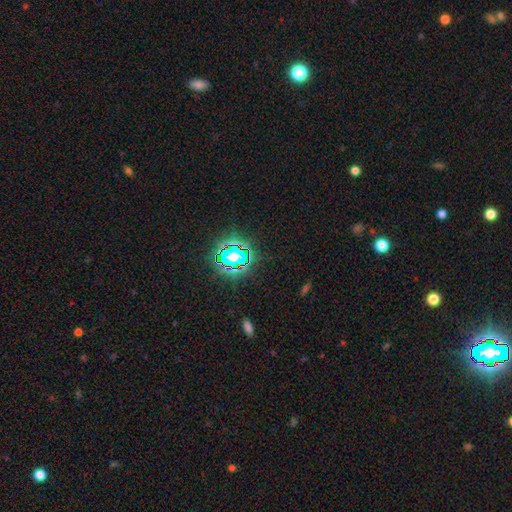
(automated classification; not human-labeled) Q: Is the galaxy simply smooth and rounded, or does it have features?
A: star or artifact — 78%.